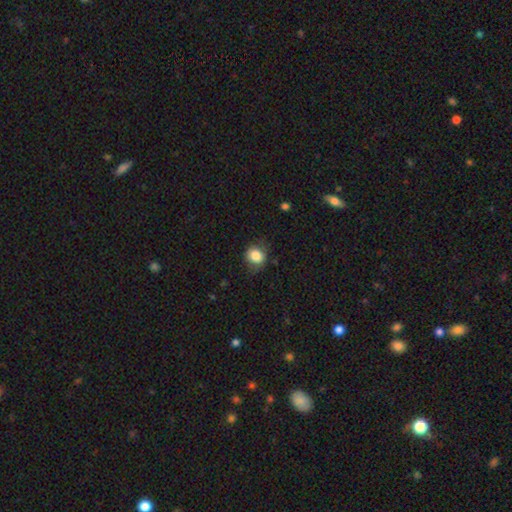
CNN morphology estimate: Smooth or featured? smooth (84%)
How rounded? round (70%)
Merging? none (76%)